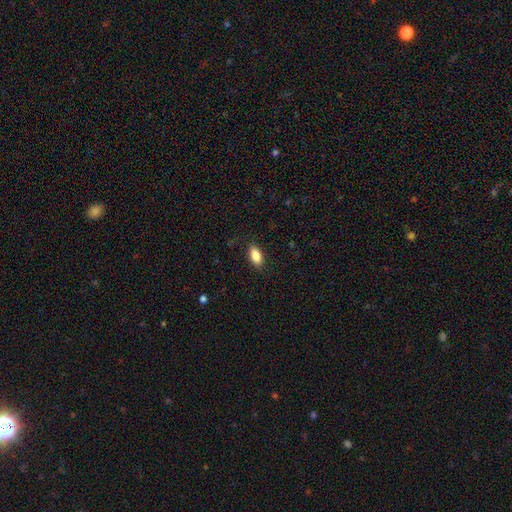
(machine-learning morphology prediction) This is clearly a smooth galaxy (85%). How rounded: clearly in between (90%). Merging: clearly none (87%).